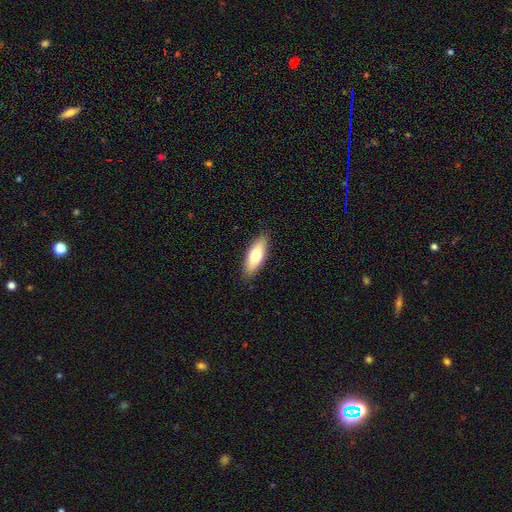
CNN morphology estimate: smooth-or-featured: smooth: 72% | featured or disk: 22% | star or artifact: 6%
  how-rounded: in between: 63% | cigar-shaped: 35% | round: 2%
  merging: none: 88% | minor disturbance: 10% | major disturbance: 2% | merger: 1%